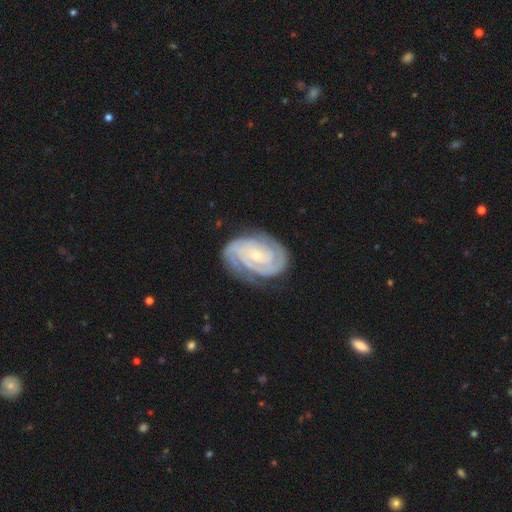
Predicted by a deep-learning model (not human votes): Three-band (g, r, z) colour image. It shows a featured or disk galaxy (89%) with no bar (64%), 2 (39%) tight (78%) spiral arms (98%) and a small central bulge (74%). Merging: none (76%).